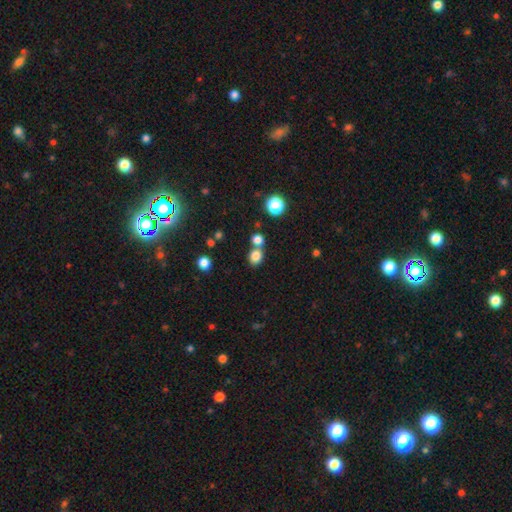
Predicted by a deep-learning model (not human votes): A smooth galaxy with no disk features (81%) that is round (60%).

Vote fractions:
- Smooth or featured? smooth: 81% / star or artifact: 13% / featured or disk: 6%
- How rounded? round: 60% / in between: 39% / cigar-shaped: 1%
- Merging? none: 54% / merger: 34% / minor disturbance: 8% / major disturbance: 3%